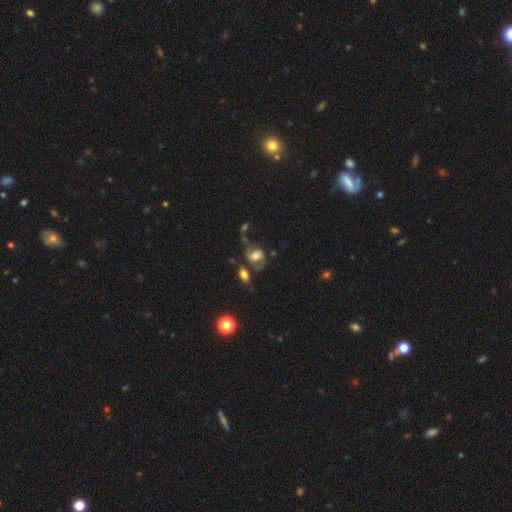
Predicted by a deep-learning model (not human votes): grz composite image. It shows a smooth galaxy with no disk features (47%). Merging: none (44%).